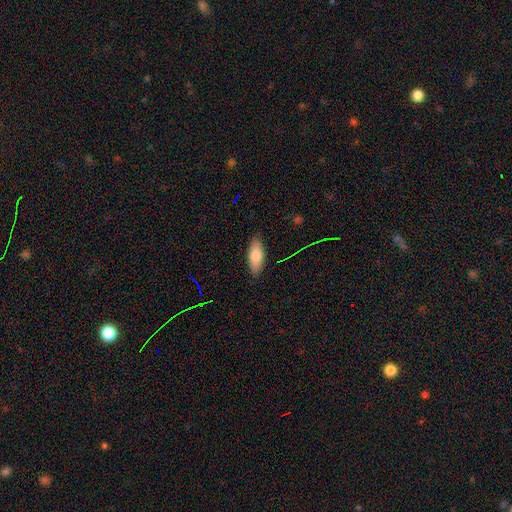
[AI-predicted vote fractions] This is likely a smooth galaxy (79%). How rounded: likely in between (72%). Merging: clearly none (87%).